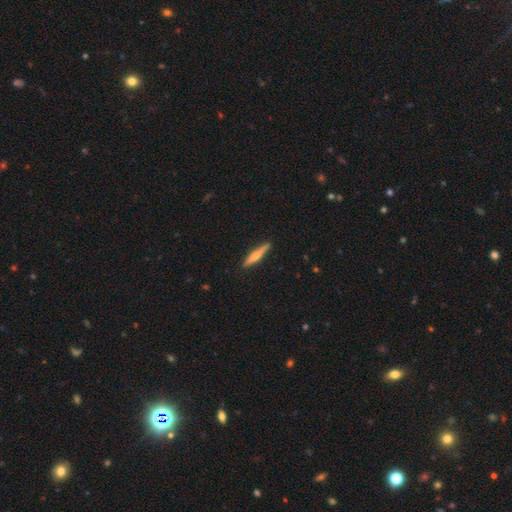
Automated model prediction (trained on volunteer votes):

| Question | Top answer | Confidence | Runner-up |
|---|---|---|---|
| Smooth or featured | smooth | 51% | featured or disk (43%) |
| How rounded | cigar-shaped | 91% | in between (7%) |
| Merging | none | 88% | minor disturbance (9%) |